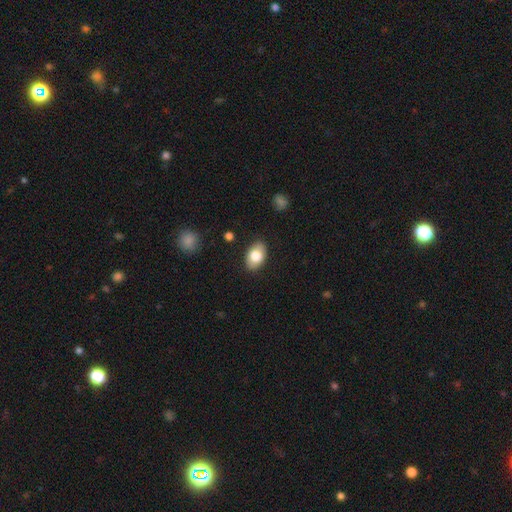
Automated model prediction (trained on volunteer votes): smooth_or_featured: smooth (p=0.78) [alt: featured or disk p=0.14]
how_rounded: in between (p=0.88) [alt: round p=0.10]
merging: none (p=0.86) [alt: minor disturbance p=0.11]